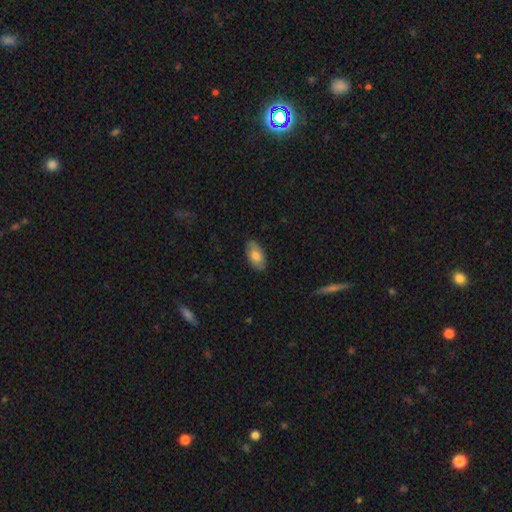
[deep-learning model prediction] This is likely a smooth galaxy (74%). How rounded: clearly in between (94%). Merging: clearly none (84%).